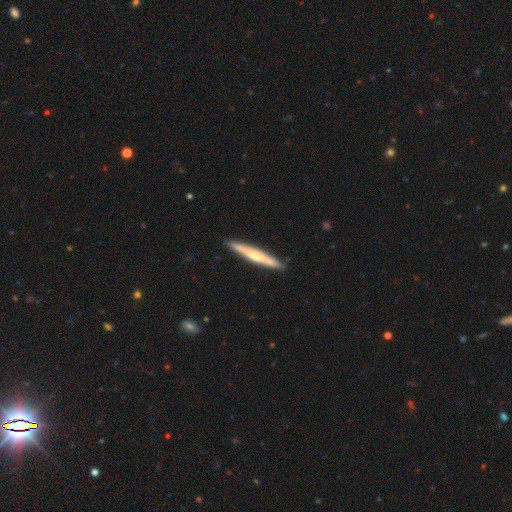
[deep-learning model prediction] Morphology: type=featured or disk (48%); merging=none (91%).